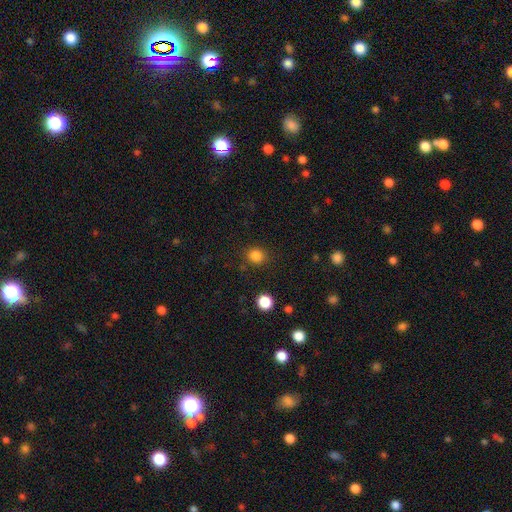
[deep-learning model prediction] Overall: smooth (84%). How rounded: round (82%). Merging: none (86%).